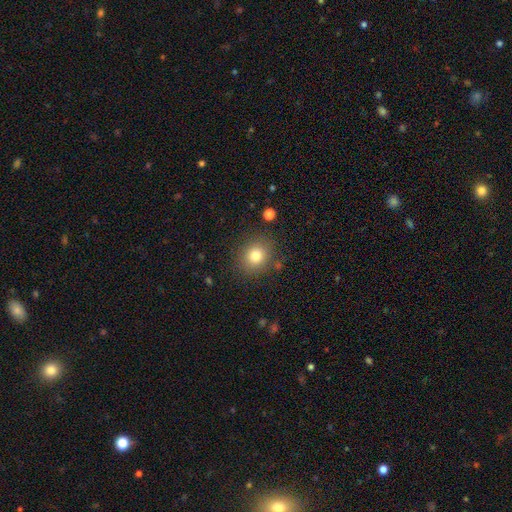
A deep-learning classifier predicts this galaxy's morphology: Overall: smooth (80%). How rounded: round (79%). Merging: none (85%).